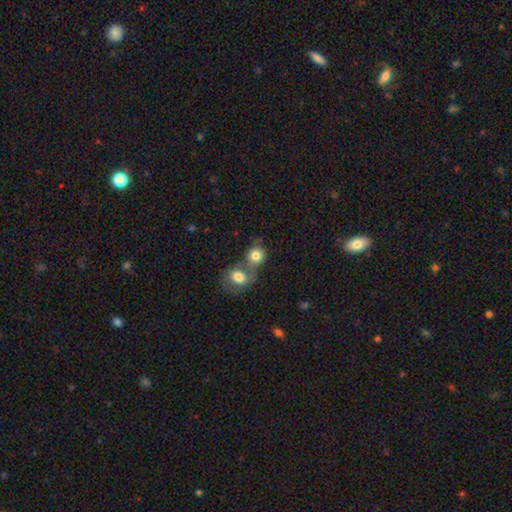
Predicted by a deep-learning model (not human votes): smooth_or_featured: smooth (p=0.79) [alt: featured or disk p=0.12]
how_rounded: round (p=0.76) [alt: in between p=0.23]
merging: merger (p=0.56) [alt: none p=0.32]